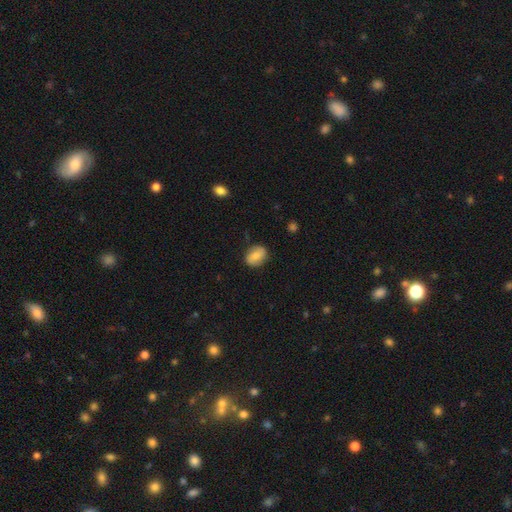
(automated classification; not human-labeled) Smooth or featured: smooth — 73% (featured or disk — 19%)
How rounded: in between — 68% (round — 31%)
Merging: none — 82% (minor disturbance — 14%)